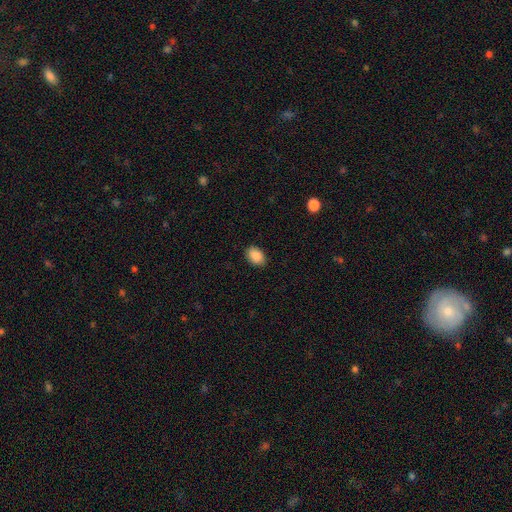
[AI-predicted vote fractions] Overall: smooth (89%). How rounded: in between (81%). Merging: none (86%).